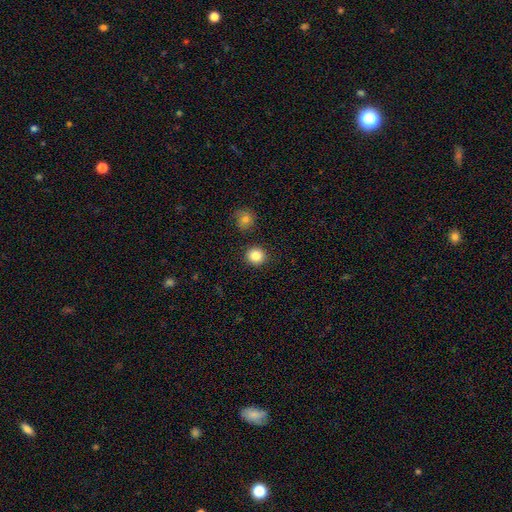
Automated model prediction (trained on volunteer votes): Overall: smooth (84%). How rounded: round (89%). Merging: none (90%).